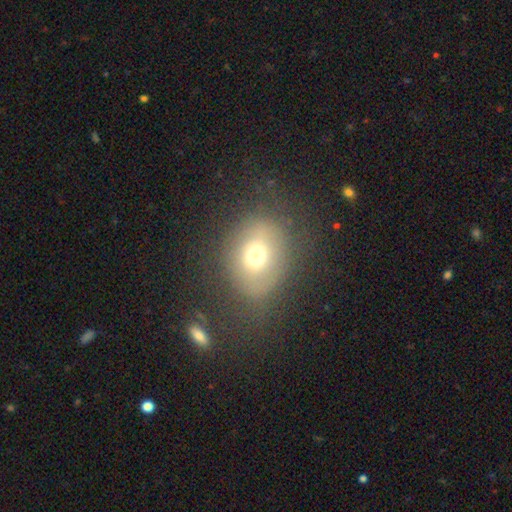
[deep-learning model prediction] Q: Smooth or featured?
A: smooth (65%); runner-up: featured or disk (21%)
Q: How rounded?
A: round (53%); runner-up: in between (46%)
Q: Merging?
A: none (67%); runner-up: minor disturbance (18%)